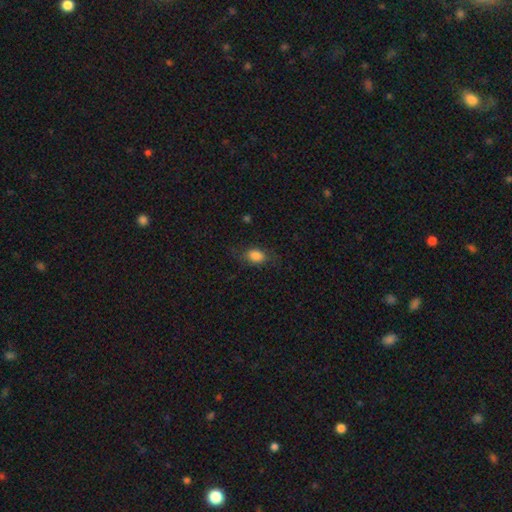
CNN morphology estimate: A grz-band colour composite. It shows a smooth galaxy with no disk features (80%) that is in between round and cigar-shaped (80%). Merging: none (69%).